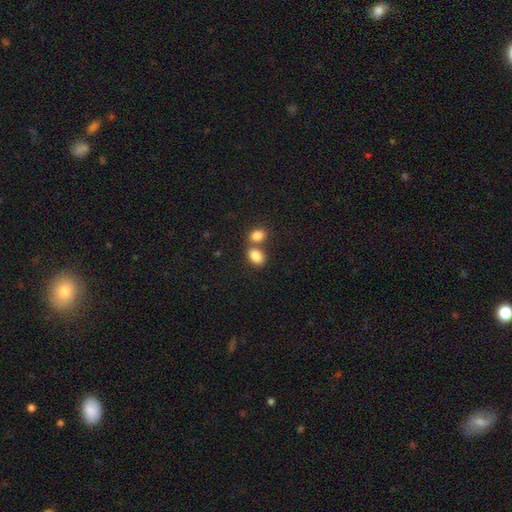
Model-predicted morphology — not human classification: Q: Smooth or featured?
A: smooth (85%); runner-up: star or artifact (9%)
Q: How rounded?
A: in between (74%); runner-up: round (25%)
Q: Merging?
A: merger (45%); runner-up: none (44%)